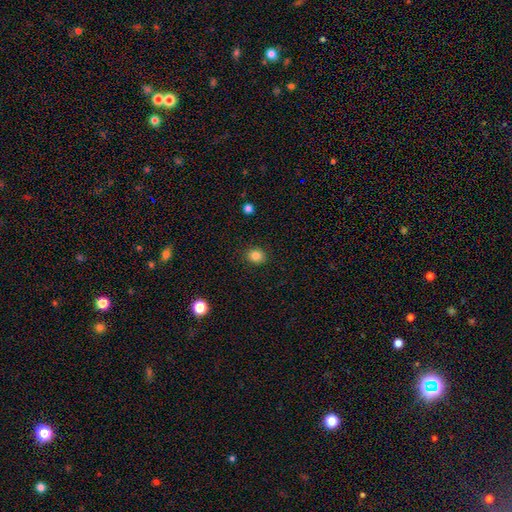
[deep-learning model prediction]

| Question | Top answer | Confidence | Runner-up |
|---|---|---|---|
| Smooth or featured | smooth | 84% | star or artifact (11%) |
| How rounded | round | 69% | in between (30%) |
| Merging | none | 90% | minor disturbance (7%) |